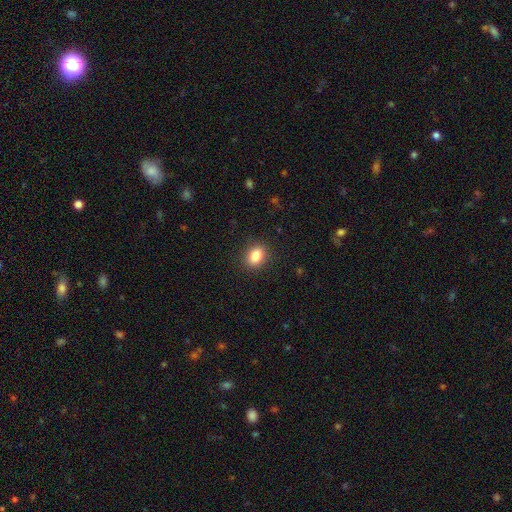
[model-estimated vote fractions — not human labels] The model was most divided on "how rounded": in between: 65%, round: 34%, cigar-shaped: 1%. More confident: merging — none (89%); smooth or featured — smooth (85%).